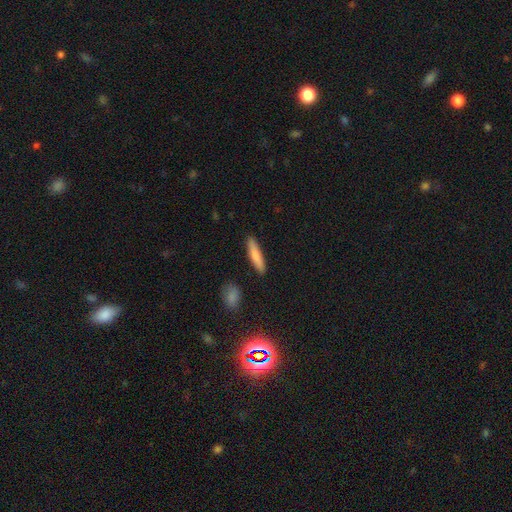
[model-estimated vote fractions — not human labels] Smooth or featured?
  - smooth: 80% *
  - featured or disk: 15%
  - star or artifact: 6%
How rounded?
  - cigar-shaped: 84% *
  - in between: 14%
  - round: 2%
Merging?
  - none: 89% *
  - minor disturbance: 7%
  - merger: 2%
  - major disturbance: 2%